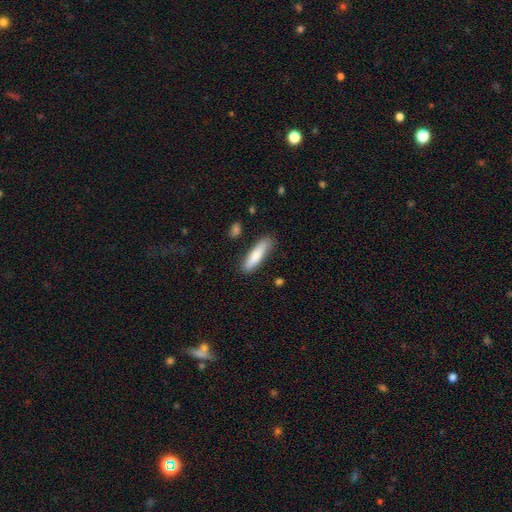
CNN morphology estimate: smooth 81%, featured or disk 13%, star or artifact 6%. Down the decision tree: how rounded — cigar-shaped (72%); merging — none (83%).